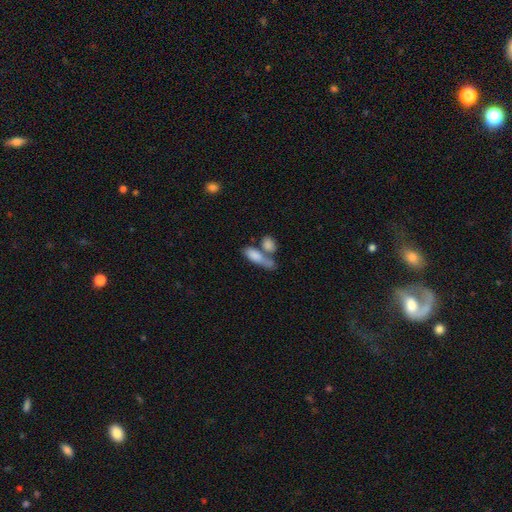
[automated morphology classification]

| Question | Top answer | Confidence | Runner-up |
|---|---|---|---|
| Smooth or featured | smooth | 80% | featured or disk (13%) |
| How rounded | in between | 72% | cigar-shaped (23%) |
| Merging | merger | 50% | none (32%) |